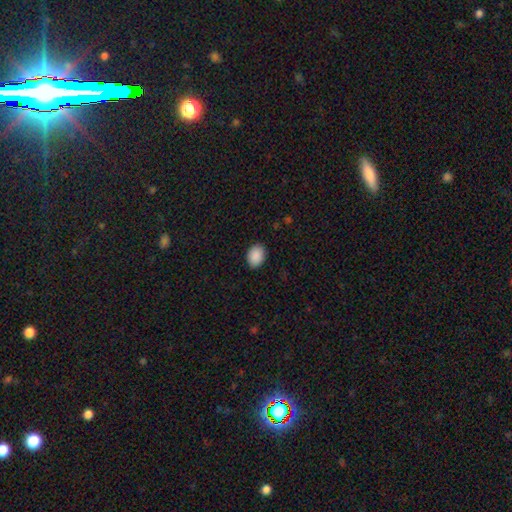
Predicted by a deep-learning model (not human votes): This appears to be a smooth galaxy with no disk features (90%) that is in between round and cigar-shaped (72%). Merging: none (90%).